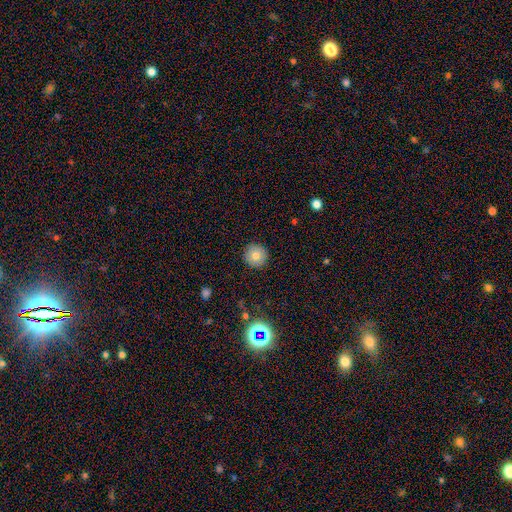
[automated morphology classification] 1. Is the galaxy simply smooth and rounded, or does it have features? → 75% smooth, 14% featured or disk, 11% star or artifact.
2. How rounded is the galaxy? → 95% round, 4% in between, 1% cigar-shaped.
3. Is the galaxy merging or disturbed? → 91% none, 6% minor disturbance, 2% major disturbance, 1% merger.